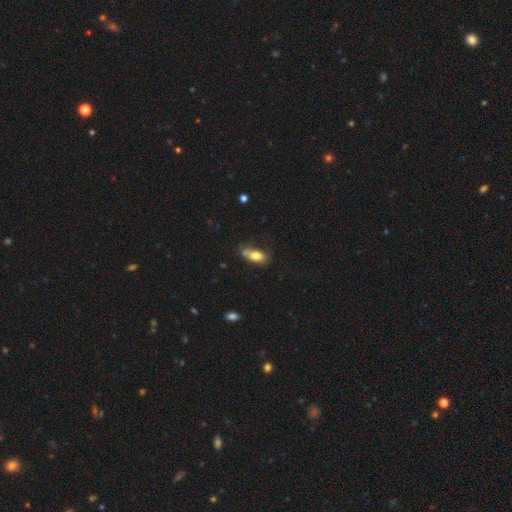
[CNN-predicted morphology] smooth_or_featured: smooth (p=0.77) [alt: featured or disk p=0.14]
how_rounded: in between (p=0.86) [alt: round p=0.07]
merging: none (p=0.49) [alt: minor disturbance p=0.28]